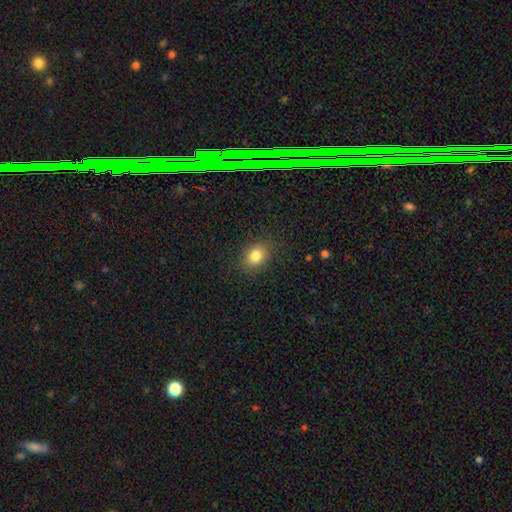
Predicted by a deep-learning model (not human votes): smooth 82%, star or artifact 10%, featured or disk 7%. Down the decision tree: how rounded — in between (61%); merging — none (84%).